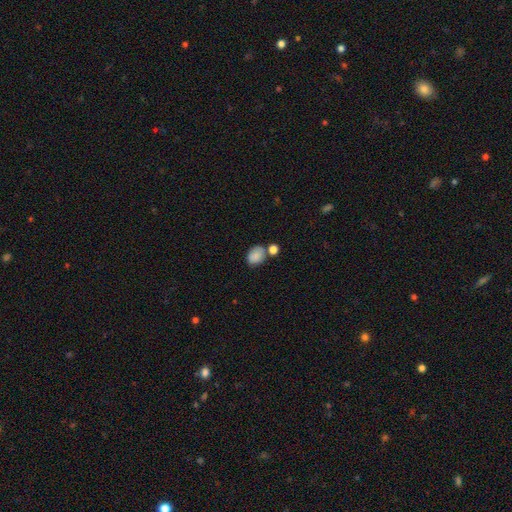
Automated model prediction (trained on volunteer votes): smooth-or-featured: smooth: 85% | star or artifact: 9% | featured or disk: 6%
  how-rounded: in between: 69% | round: 29% | cigar-shaped: 1%
  merging: none: 56% | merger: 23% | minor disturbance: 16% | major disturbance: 5%